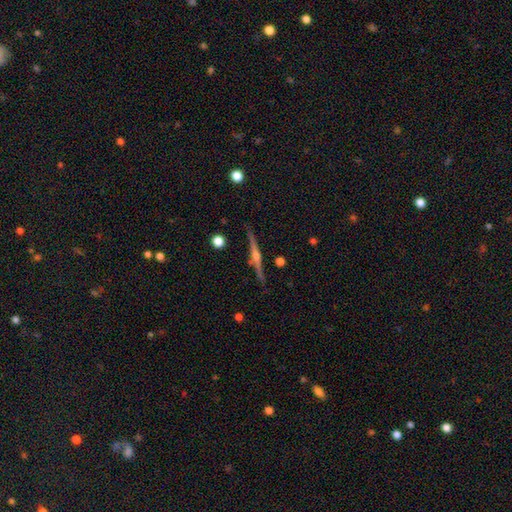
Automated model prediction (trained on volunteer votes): Q: Smooth or featured?
A: featured or disk (81%); runner-up: smooth (12%)
Q: Edge-on disk?
A: yes (98%); runner-up: no (2%)
Q: Edge-on bulge?
A: rounded (87%); runner-up: boxy (7%)
Q: Merging?
A: none (88%); runner-up: minor disturbance (8%)